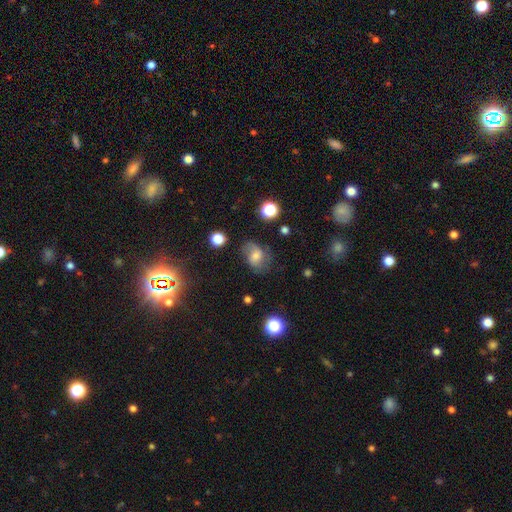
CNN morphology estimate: Smooth or featured? smooth (50%)
Merging? none (54%)